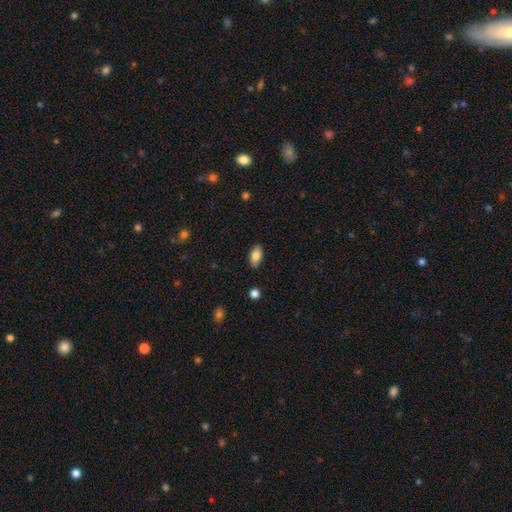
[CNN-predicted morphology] The model was most divided on "smooth or featured": smooth: 84%, featured or disk: 9%, star or artifact: 7%. More confident: how rounded — in between (92%); merging — none (85%).